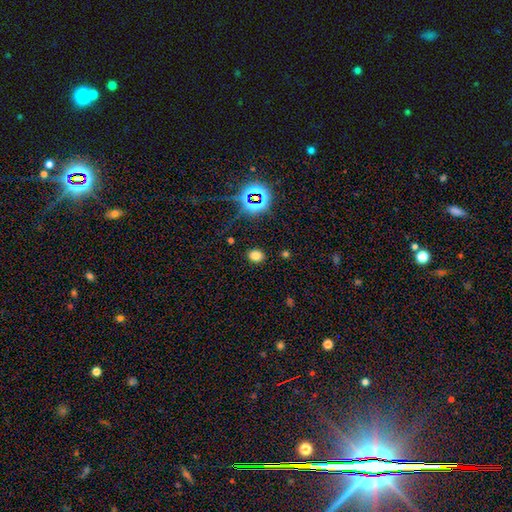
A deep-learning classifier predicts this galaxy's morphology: A smooth galaxy with no disk features (73%) that is in between round and cigar-shaped (52%).

Vote fractions:
- Smooth or featured? smooth: 73% / star or artifact: 22% / featured or disk: 6%
- How rounded? in between: 52% / round: 47% / cigar-shaped: 1%
- Merging? none: 87% / minor disturbance: 9% / major disturbance: 3% / merger: 2%